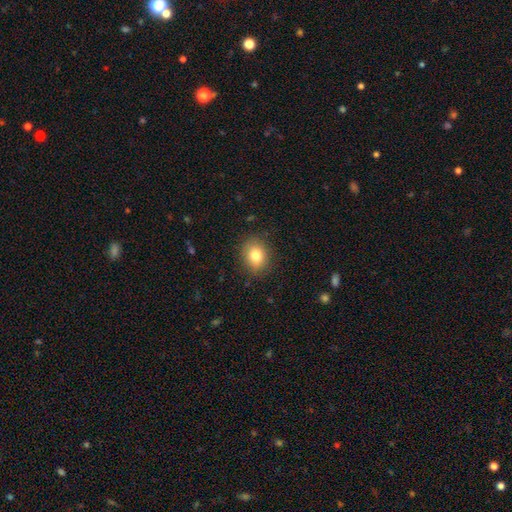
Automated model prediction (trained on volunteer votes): Q: Smooth or featured?
A: smooth (80%); runner-up: star or artifact (10%)
Q: How rounded?
A: round (52%); runner-up: in between (47%)
Q: Merging?
A: none (85%); runner-up: minor disturbance (11%)